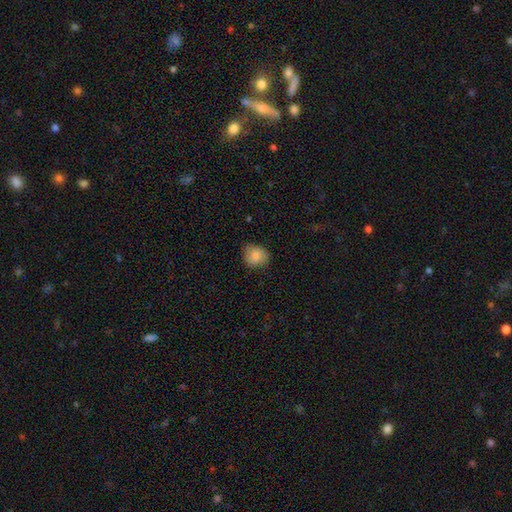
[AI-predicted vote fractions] This appears to be a smooth galaxy with no disk features (84%) that is round (77%). Merging: none (77%).